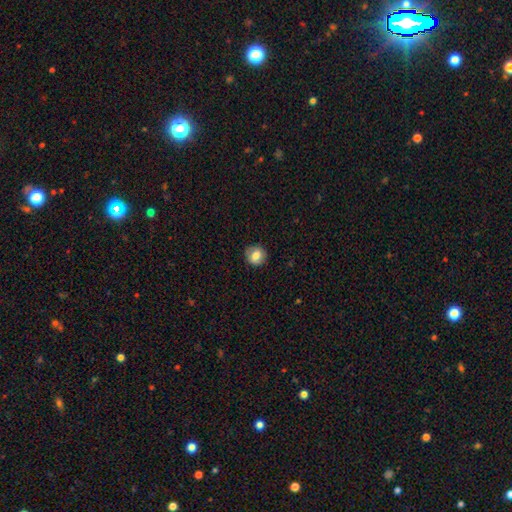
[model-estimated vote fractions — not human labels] Q: Smooth or featured?
A: smooth (74%); runner-up: featured or disk (17%)
Q: How rounded?
A: round (84%); runner-up: in between (15%)
Q: Merging?
A: none (84%); runner-up: minor disturbance (12%)